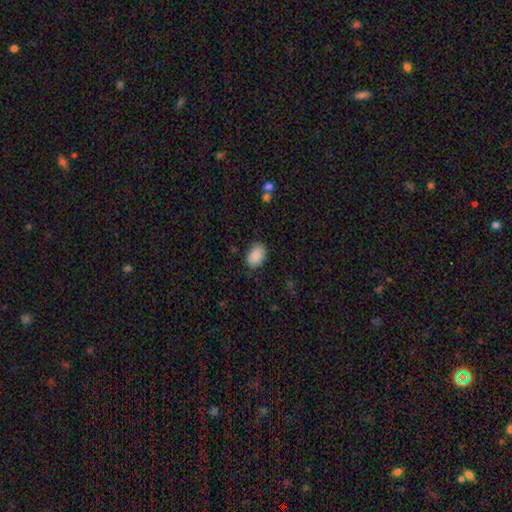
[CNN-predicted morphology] Smooth or featured: smooth — 88% (star or artifact — 7%)
How rounded: in between — 86% (round — 13%)
Merging: none — 84% (minor disturbance — 12%)